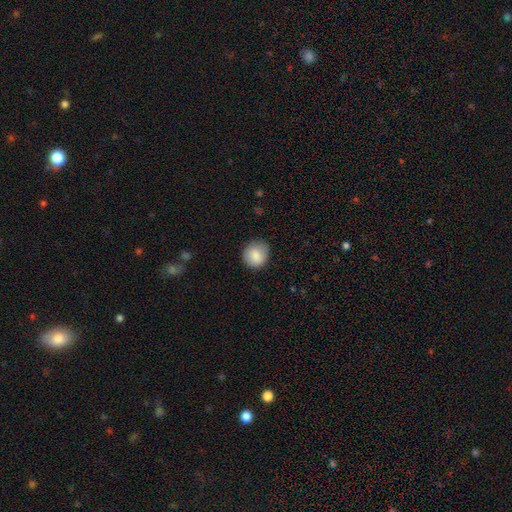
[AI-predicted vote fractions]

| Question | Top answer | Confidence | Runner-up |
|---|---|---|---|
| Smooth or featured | smooth | 85% | featured or disk (8%) |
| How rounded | round | 86% | in between (13%) |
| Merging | none | 84% | minor disturbance (12%) |